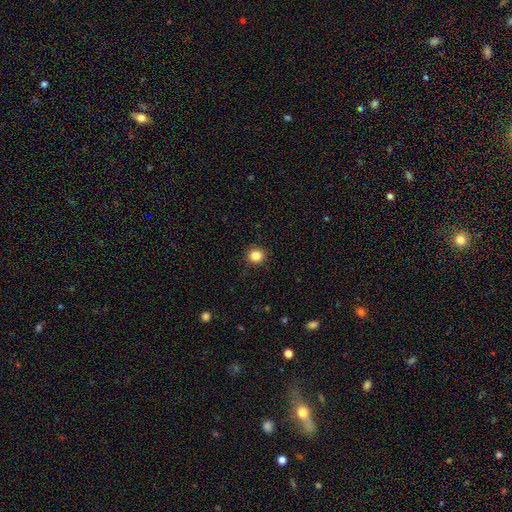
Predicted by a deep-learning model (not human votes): A smooth galaxy with no disk features (85%) that is round (91%).

Vote fractions:
- Smooth or featured? smooth: 85% / star or artifact: 11% / featured or disk: 4%
- How rounded? round: 91% / in between: 8% / cigar-shaped: 1%
- Merging? none: 91% / minor disturbance: 6% / major disturbance: 2% / merger: 1%